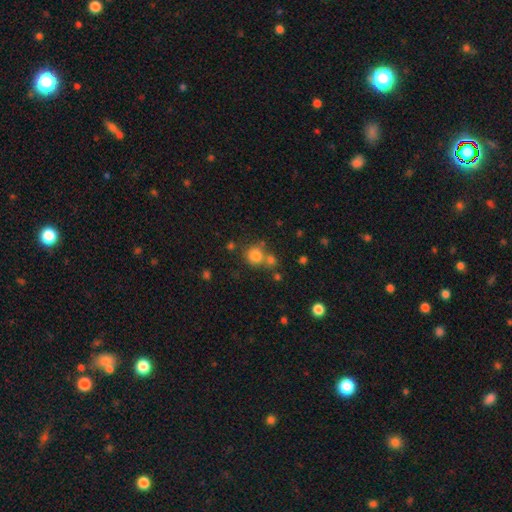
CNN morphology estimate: Smooth or featured?
  - smooth: 79% *
  - star or artifact: 13%
  - featured or disk: 8%
How rounded?
  - round: 89% *
  - in between: 11%
  - cigar-shaped: 1%
Merging?
  - none: 61% *
  - merger: 25%
  - minor disturbance: 10%
  - major disturbance: 4%